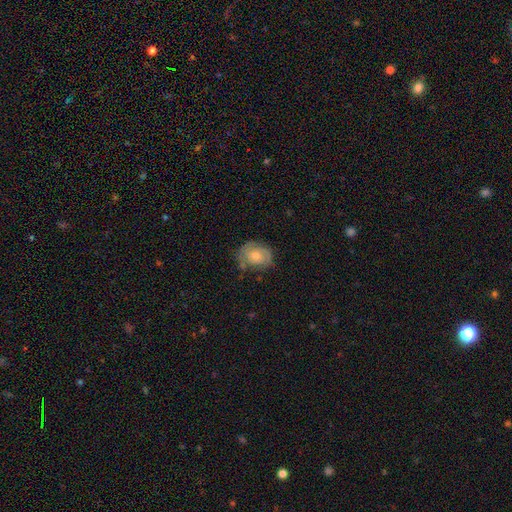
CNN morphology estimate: The model was most divided on "smooth or featured": smooth: 48%, featured or disk: 44%, star or artifact: 7%. More confident: merging — none (54%).